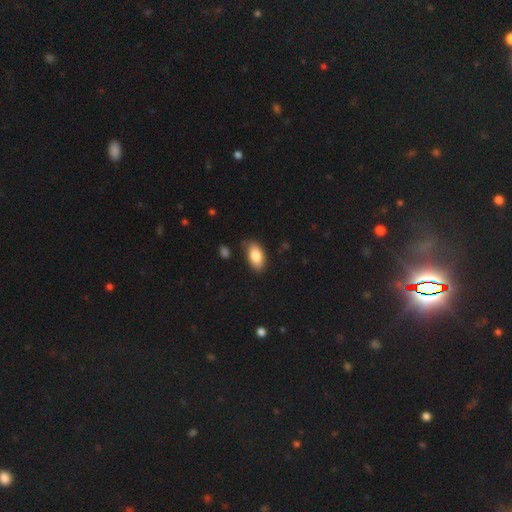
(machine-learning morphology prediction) type=smooth (83%); roundness=in between (93%); merging=none (83%).